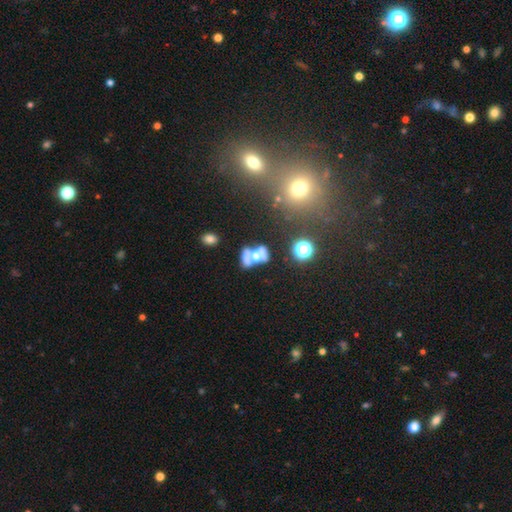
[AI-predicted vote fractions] smooth-or-featured: featured or disk: 50% | smooth: 36% | star or artifact: 14%
  disk-edge-on: no: 90% | yes: 10%
  merging: merger: 57% | none: 20% | major disturbance: 14% | minor disturbance: 10%